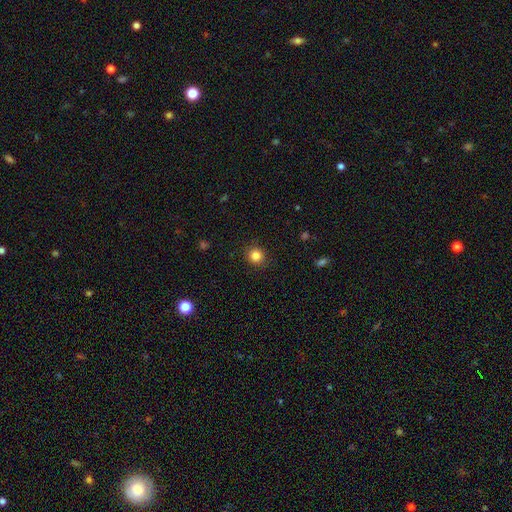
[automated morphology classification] This is clearly a smooth galaxy (84%). How rounded: clearly round (89%). Merging: clearly none (90%).